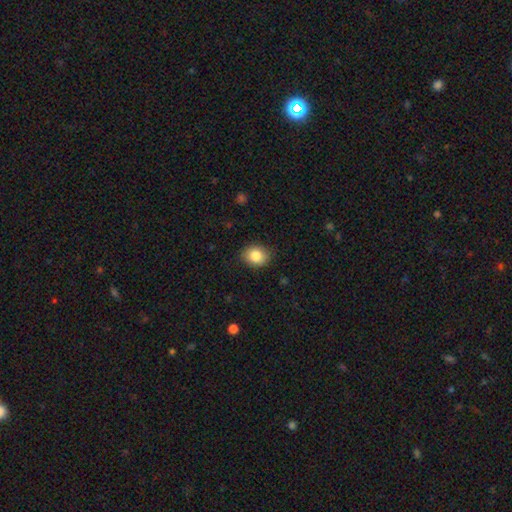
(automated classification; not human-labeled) smooth_or_featured: smooth (p=0.84) [alt: star or artifact p=0.09]
how_rounded: in between (p=0.51) [alt: round p=0.48]
merging: none (p=0.87) [alt: minor disturbance p=0.10]